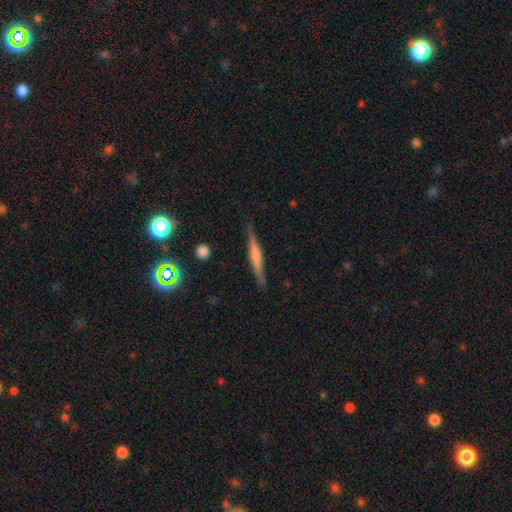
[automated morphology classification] type=featured or disk (55%); edge-on=yes (97%); edge-on bulge=none (35%); merging=none (85%).